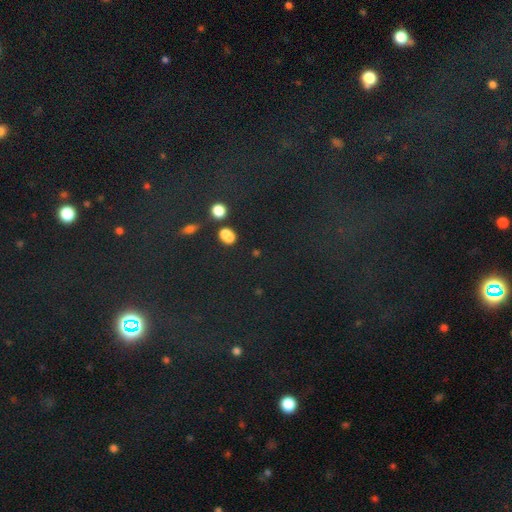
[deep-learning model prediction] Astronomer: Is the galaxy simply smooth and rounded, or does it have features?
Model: star or artifact — 71%.